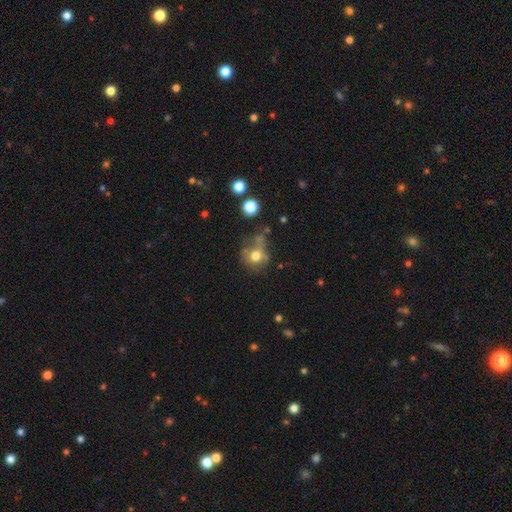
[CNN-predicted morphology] Smooth or featured: smooth — 65% (featured or disk — 22%)
How rounded: round — 76% (in between — 23%)
Merging: none — 40% (major disturbance — 24%)